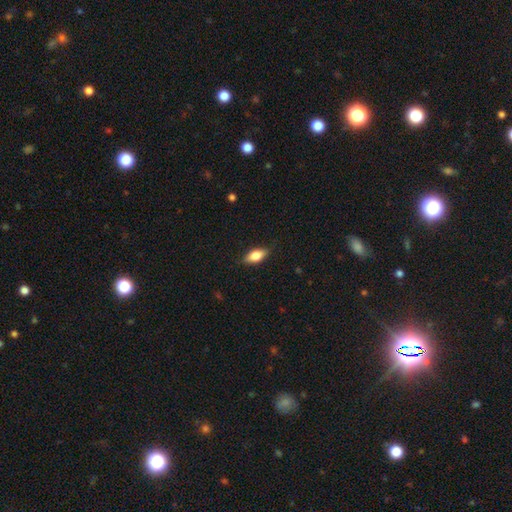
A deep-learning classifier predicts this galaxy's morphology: smooth_or_featured: smooth (p=0.72) [alt: featured or disk p=0.20]
how_rounded: in between (p=0.83) [alt: cigar-shaped p=0.13]
merging: none (p=0.85) [alt: minor disturbance p=0.12]